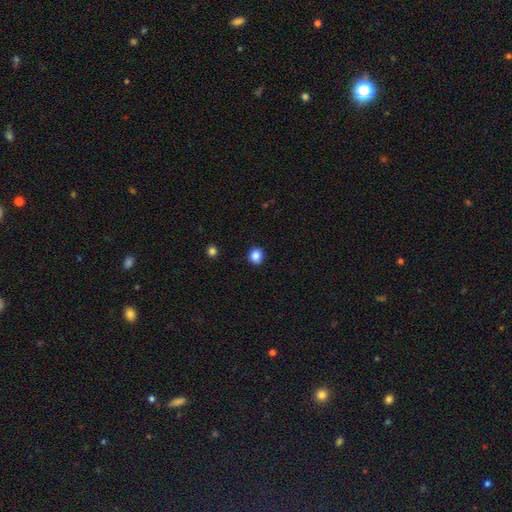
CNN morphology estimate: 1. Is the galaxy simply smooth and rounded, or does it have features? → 86% smooth, 11% star or artifact, 4% featured or disk.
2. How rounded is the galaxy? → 85% round, 14% in between, 1% cigar-shaped.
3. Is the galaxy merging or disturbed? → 91% none, 6% minor disturbance, 2% major disturbance, 1% merger.